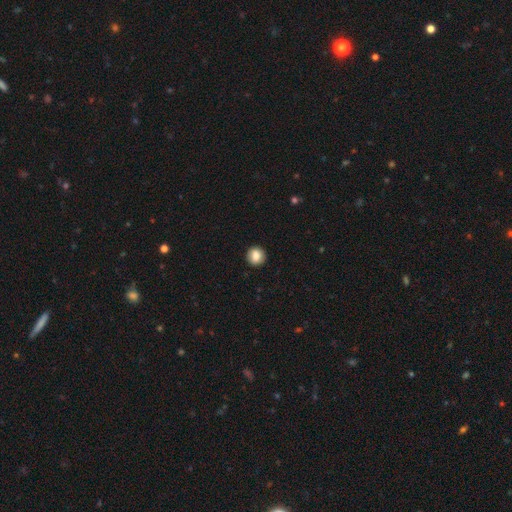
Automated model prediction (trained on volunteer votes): smooth-or-featured: smooth: 85% | star or artifact: 8% | featured or disk: 6%
  how-rounded: round: 90% | in between: 9% | cigar-shaped: 1%
  merging: none: 92% | minor disturbance: 6% | major disturbance: 2% | merger: 1%